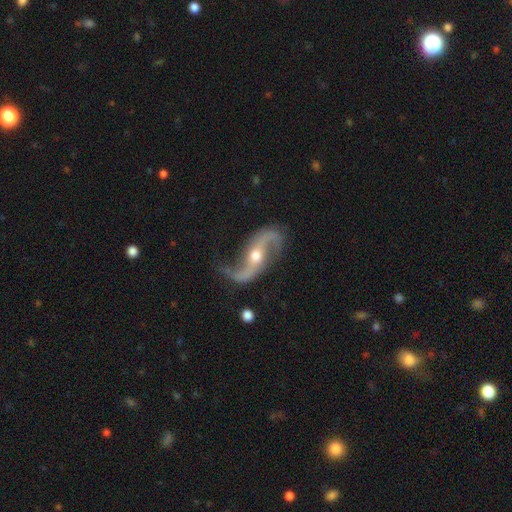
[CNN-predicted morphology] Q: Smooth or featured?
A: featured or disk (91%); runner-up: star or artifact (5%)
Q: Edge-on disk?
A: no (96%); runner-up: yes (4%)
Q: Bar?
A: no (45%); runner-up: weak (31%)
Q: Spiral arms?
A: yes (97%); runner-up: no (3%)
Q: Spiral winding?
A: loose (78%); runner-up: medium (17%)
Q: Spiral arm count?
A: 2 (94%); runner-up: 1 (2%)
Q: Bulge size?
A: moderate (65%); runner-up: small (29%)
Q: Merging?
A: none (73%); runner-up: minor disturbance (16%)